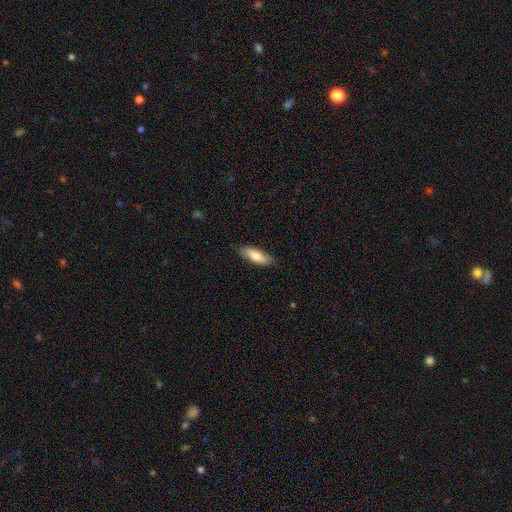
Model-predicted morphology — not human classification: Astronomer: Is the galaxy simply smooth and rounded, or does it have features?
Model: smooth — 78%.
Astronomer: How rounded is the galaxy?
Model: in between — 62%.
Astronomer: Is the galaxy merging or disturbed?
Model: none — 82%.